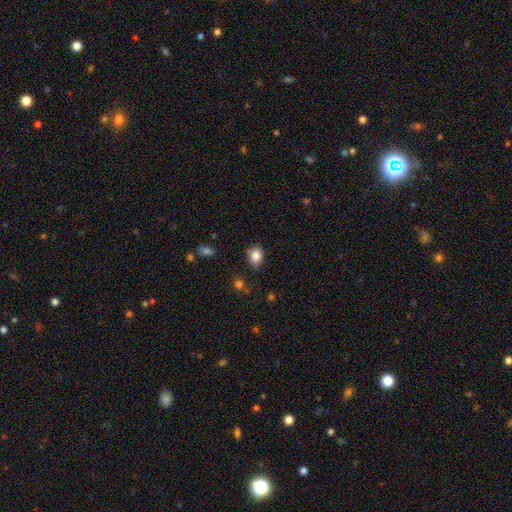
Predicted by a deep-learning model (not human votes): Morphology: type=smooth (85%); roundness=in between (55%); merging=none (79%).